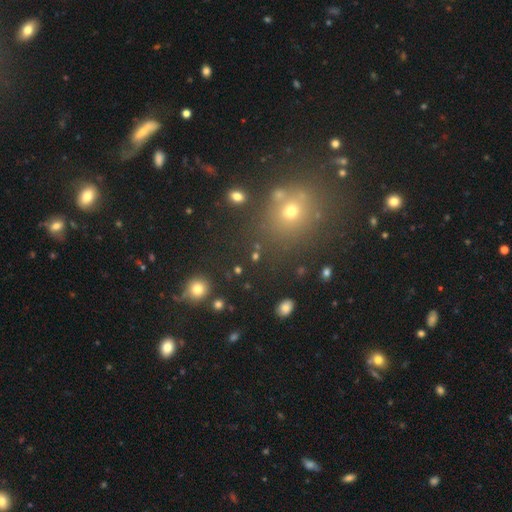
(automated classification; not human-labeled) Morphology: type=smooth (53%); roundness=round (76%); merging=none (78%).